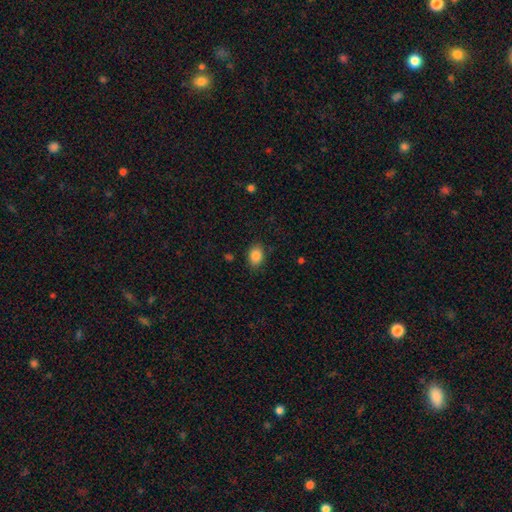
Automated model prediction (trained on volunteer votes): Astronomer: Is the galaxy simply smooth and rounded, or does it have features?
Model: smooth — 87%.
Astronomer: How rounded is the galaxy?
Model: in between — 71%.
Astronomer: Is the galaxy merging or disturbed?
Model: none — 84%.